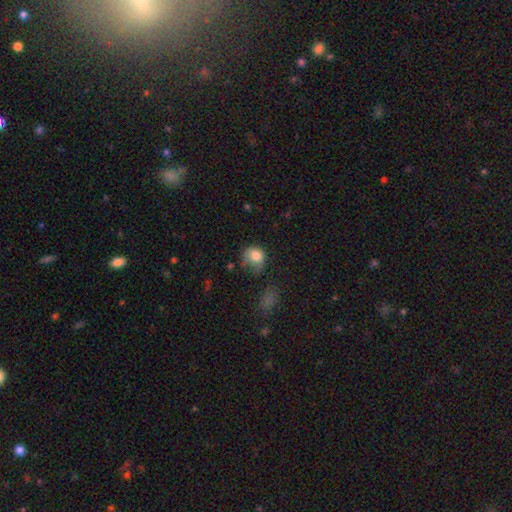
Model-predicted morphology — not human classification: smooth-or-featured: smooth: 79% | featured or disk: 11% | star or artifact: 10%
  how-rounded: round: 64% | in between: 35% | cigar-shaped: 1%
  merging: none: 36% | minor disturbance: 34% | major disturbance: 25% | merger: 5%